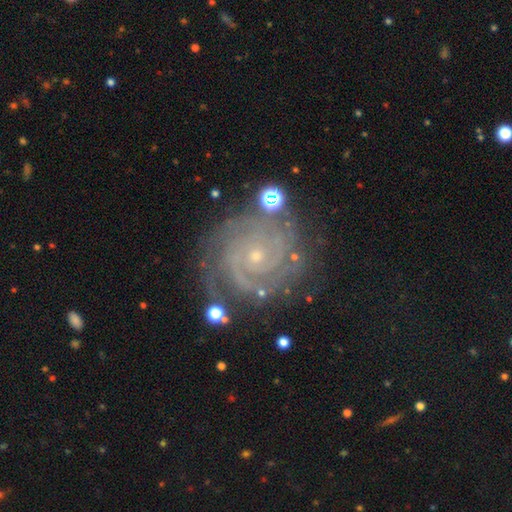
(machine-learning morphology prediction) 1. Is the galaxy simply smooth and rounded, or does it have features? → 89% featured or disk, 7% star or artifact, 4% smooth.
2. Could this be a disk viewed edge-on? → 98% no, 2% yes.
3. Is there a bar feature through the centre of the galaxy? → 74% no, 20% weak, 6% strong.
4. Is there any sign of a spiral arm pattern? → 98% yes, 2% no.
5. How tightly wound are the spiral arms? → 80% tight, 18% medium, 2% loose.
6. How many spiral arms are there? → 33% 2, 23% 3, 16% can't tell, 14% 4, 7% more than 4, 6% 1.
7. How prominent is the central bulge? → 83% small, 13% moderate, 2% none, 1% large, 1% dominant.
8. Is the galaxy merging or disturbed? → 75% none, 16% minor disturbance, 6% major disturbance, 3% merger.